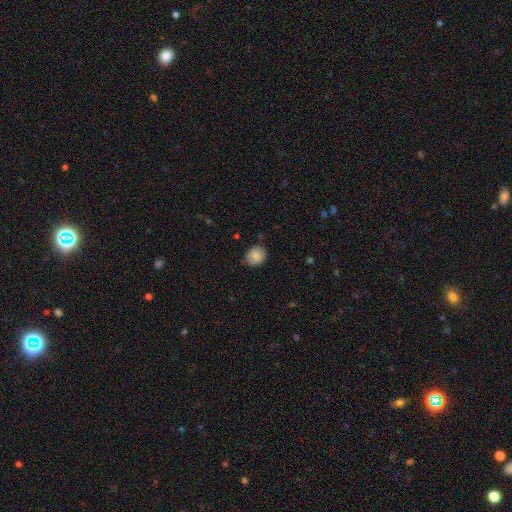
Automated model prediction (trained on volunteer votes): Smooth or featured: smooth — 82% (featured or disk — 10%)
How rounded: round — 63% (in between — 37%)
Merging: none — 70% (minor disturbance — 25%)